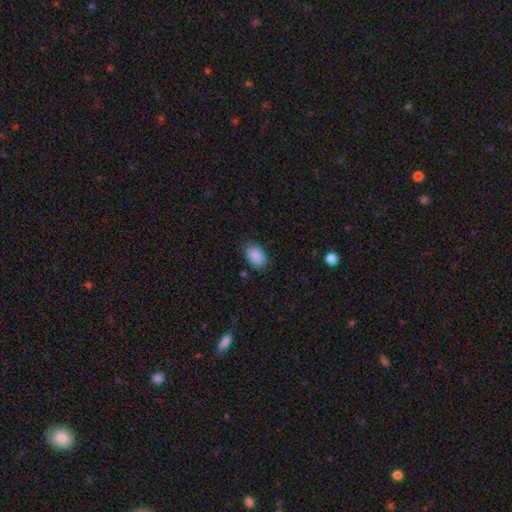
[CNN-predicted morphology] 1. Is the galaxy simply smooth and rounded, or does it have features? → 89% smooth, 7% star or artifact, 4% featured or disk.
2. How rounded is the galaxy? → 87% in between, 12% round, 1% cigar-shaped.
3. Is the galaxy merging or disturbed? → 80% none, 16% minor disturbance, 3% major disturbance, 1% merger.